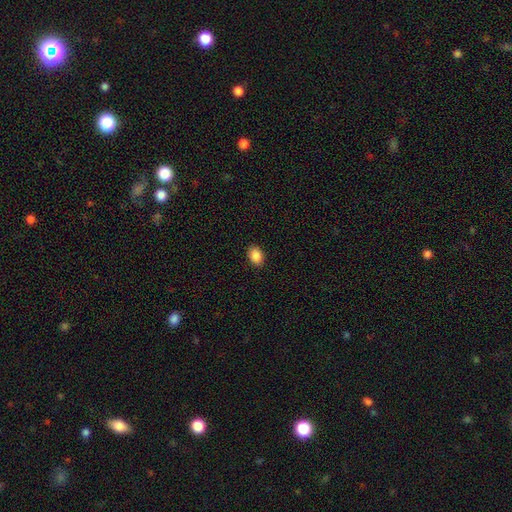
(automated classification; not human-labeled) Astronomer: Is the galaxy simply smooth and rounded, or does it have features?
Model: smooth — 88%.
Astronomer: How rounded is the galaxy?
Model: in between — 79%.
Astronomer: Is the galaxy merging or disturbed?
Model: none — 90%.